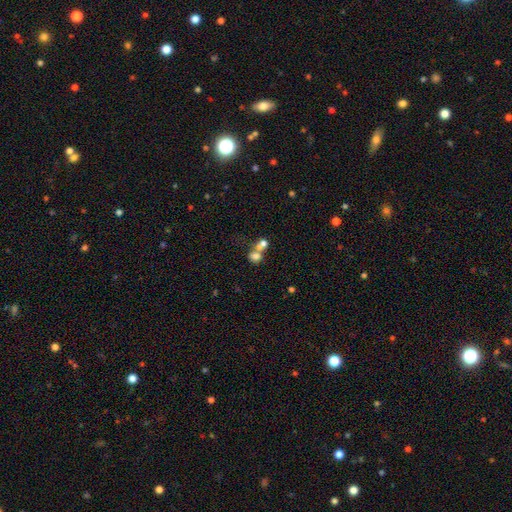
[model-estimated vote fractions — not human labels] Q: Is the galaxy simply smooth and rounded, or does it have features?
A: smooth — 70%.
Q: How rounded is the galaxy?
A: in between — 52%.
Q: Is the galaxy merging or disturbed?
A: merger — 64%.